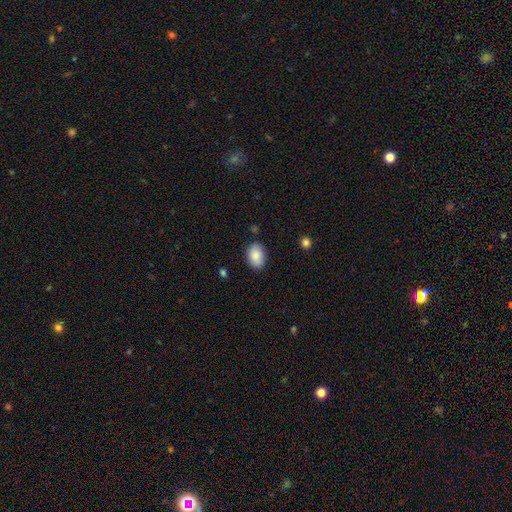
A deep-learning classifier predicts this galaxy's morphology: smooth-or-featured: smooth: 87% | star or artifact: 7% | featured or disk: 7%
  how-rounded: in between: 79% | round: 20% | cigar-shaped: 1%
  merging: none: 83% | minor disturbance: 13% | major disturbance: 3% | merger: 2%